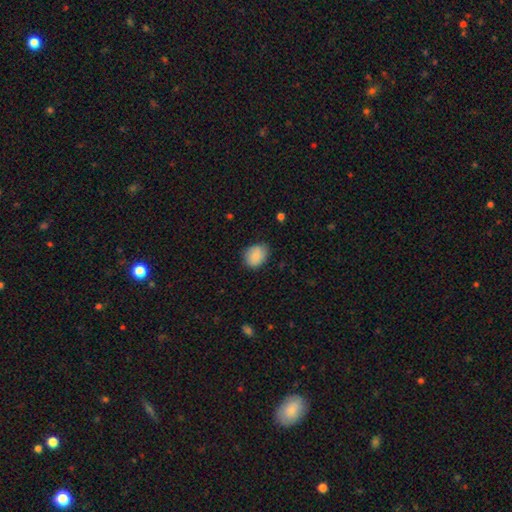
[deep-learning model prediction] smooth 83%, featured or disk 9%, star or artifact 7%. Down the decision tree: how rounded — round (51%); merging — none (75%).